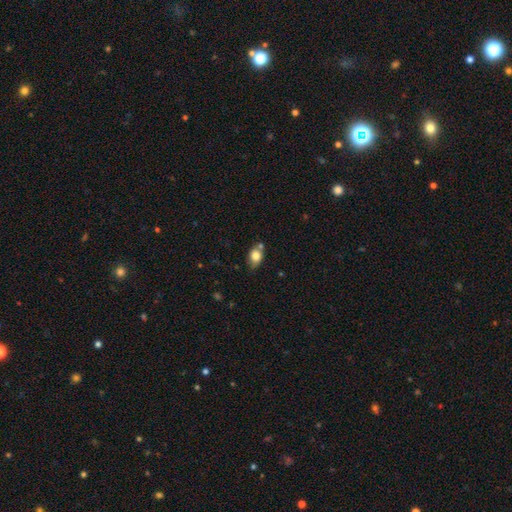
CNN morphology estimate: Smooth or featured: smooth — 79% (featured or disk — 12%)
How rounded: in between — 72% (round — 26%)
Merging: none — 59% (minor disturbance — 20%)